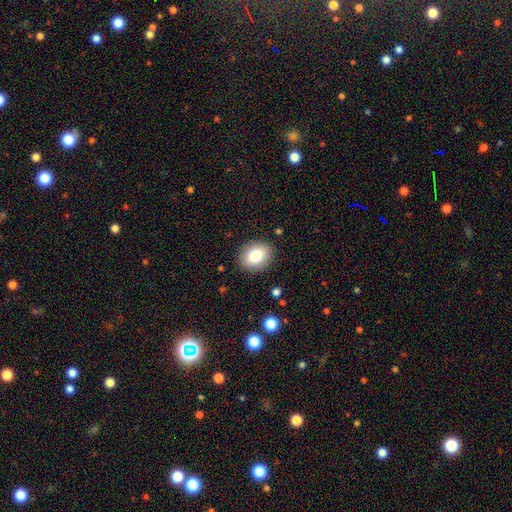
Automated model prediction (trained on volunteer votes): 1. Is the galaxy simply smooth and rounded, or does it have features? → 79% smooth, 12% featured or disk, 9% star or artifact.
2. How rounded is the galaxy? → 50% round, 49% in between, 1% cigar-shaped.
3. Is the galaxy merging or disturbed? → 88% none, 8% minor disturbance, 2% major disturbance, 1% merger.